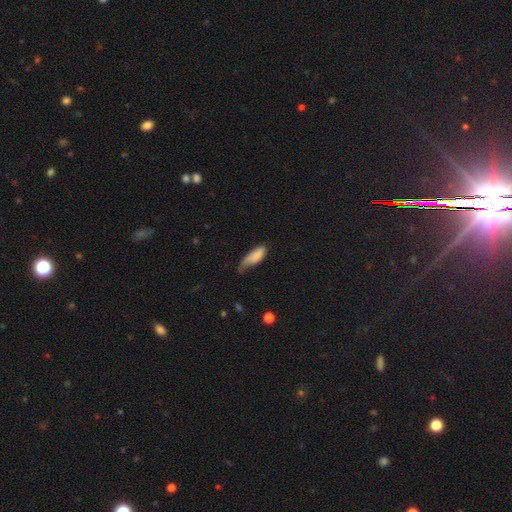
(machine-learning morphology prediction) Smooth or featured? smooth (79%)
How rounded? in between (72%)
Merging? minor disturbance (44%)